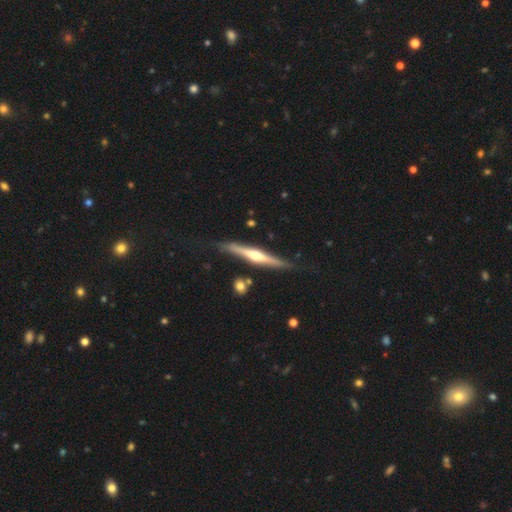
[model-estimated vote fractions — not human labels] Q: Smooth or featured?
A: featured or disk (71%); runner-up: smooth (24%)
Q: Edge-on disk?
A: yes (97%); runner-up: no (3%)
Q: Edge-on bulge?
A: rounded (84%); runner-up: none (10%)
Q: Merging?
A: none (82%); runner-up: minor disturbance (12%)